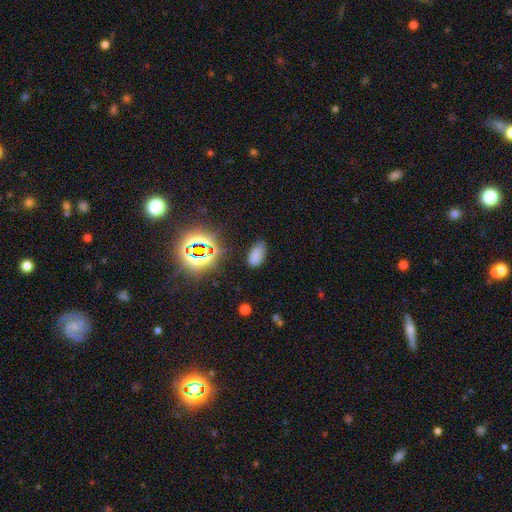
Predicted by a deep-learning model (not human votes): This is likely a smooth galaxy (69%). How rounded: clearly in between (93%). Merging: likely none (75%).